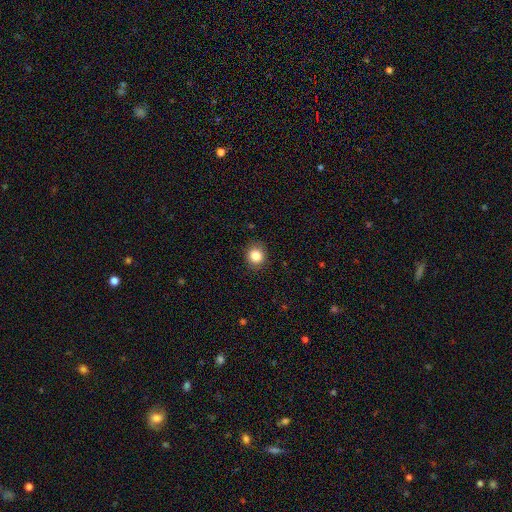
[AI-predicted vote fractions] smooth_or_featured: smooth (p=0.85) [alt: star or artifact p=0.10]
how_rounded: round (p=0.84) [alt: in between p=0.15]
merging: none (p=0.89) [alt: minor disturbance p=0.08]